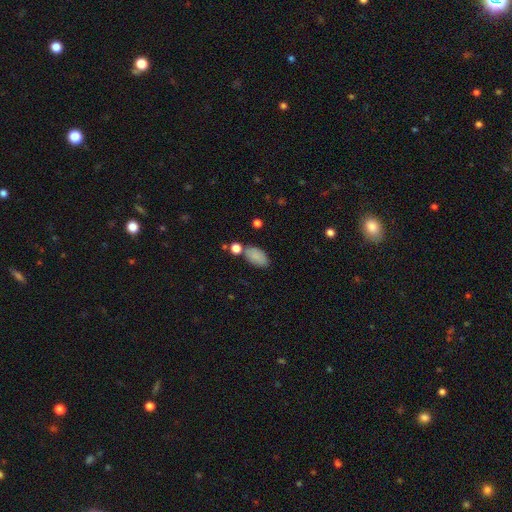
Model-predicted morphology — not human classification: A smooth galaxy with no disk features (86%) that is in between round and cigar-shaped (92%).

Vote fractions:
- Smooth or featured? smooth: 86% / star or artifact: 8% / featured or disk: 6%
- How rounded? in between: 92% / round: 5% / cigar-shaped: 3%
- Merging? none: 69% / minor disturbance: 14% / merger: 12% / major disturbance: 4%